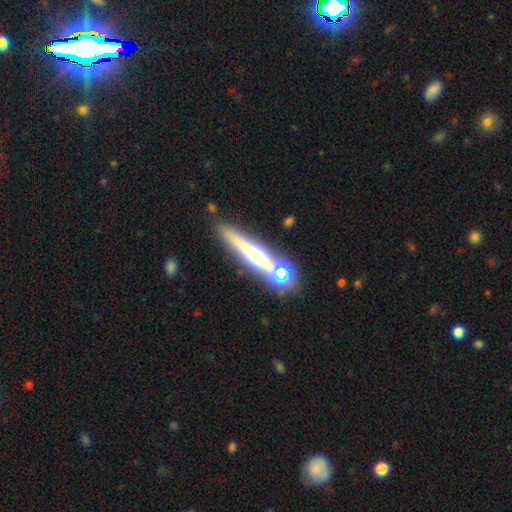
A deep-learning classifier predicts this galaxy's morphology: Smooth or featured?
  - featured or disk: 65% *
  - smooth: 23%
  - star or artifact: 12%
Edge-on disk?
  - yes: 95% *
  - no: 5%
Edge-on bulge?
  - rounded: 91% *
  - boxy: 5%
  - none: 4%
Merging?
  - none: 83% *
  - minor disturbance: 9%
  - merger: 6%
  - major disturbance: 3%